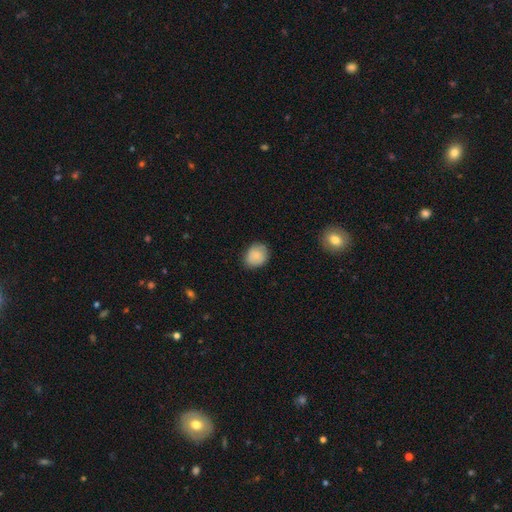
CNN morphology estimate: Smooth or featured?
  - smooth: 83% *
  - featured or disk: 10%
  - star or artifact: 8%
How rounded?
  - round: 60% *
  - in between: 40%
  - cigar-shaped: 1%
Merging?
  - none: 77% *
  - minor disturbance: 18%
  - major disturbance: 3%
  - merger: 1%